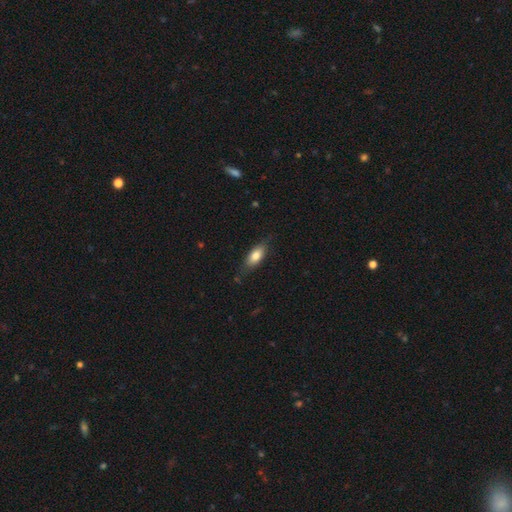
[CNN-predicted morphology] Overall: smooth (77%). How rounded: in between (79%). Merging: none (76%).